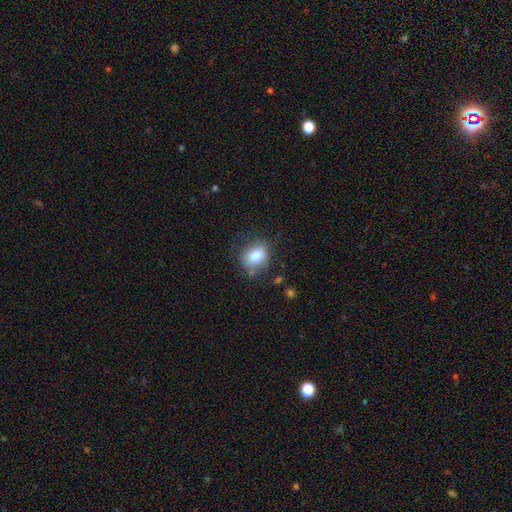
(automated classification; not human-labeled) smooth_or_featured: smooth (p=0.82) [alt: featured or disk p=0.10]
how_rounded: in between (p=0.57) [alt: round p=0.42]
merging: none (p=0.68) [alt: minor disturbance p=0.21]